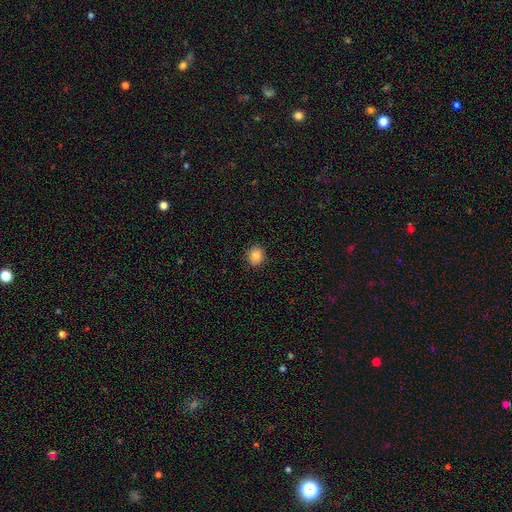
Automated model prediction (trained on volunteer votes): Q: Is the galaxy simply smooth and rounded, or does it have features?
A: smooth — 85%.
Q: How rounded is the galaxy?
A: round — 70%.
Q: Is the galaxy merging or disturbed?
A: none — 89%.